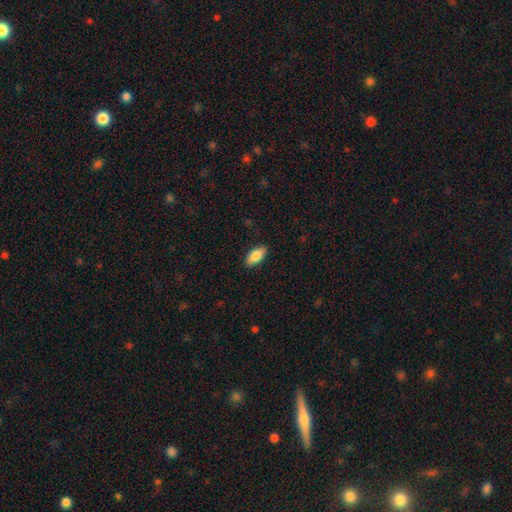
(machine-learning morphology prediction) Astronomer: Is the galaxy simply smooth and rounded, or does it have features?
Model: smooth — 84%.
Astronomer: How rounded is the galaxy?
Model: in between — 91%.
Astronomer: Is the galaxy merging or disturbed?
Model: none — 89%.